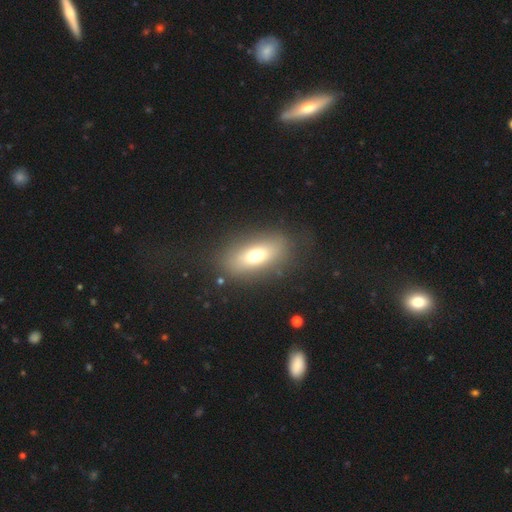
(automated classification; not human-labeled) The model was most divided on "smooth or featured": smooth: 67%, featured or disk: 21%, star or artifact: 11%. More confident: merging — none (81%); how rounded — in between (78%).